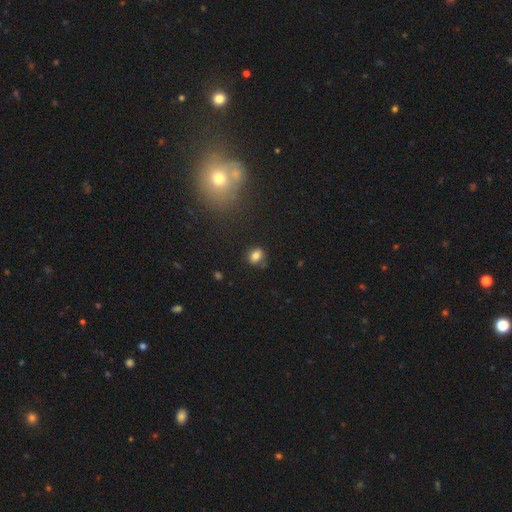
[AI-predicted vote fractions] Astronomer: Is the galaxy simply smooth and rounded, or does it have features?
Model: smooth — 80%.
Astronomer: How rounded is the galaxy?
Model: in between — 50% (runner-up: round, 48%).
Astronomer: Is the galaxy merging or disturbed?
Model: none — 75%.